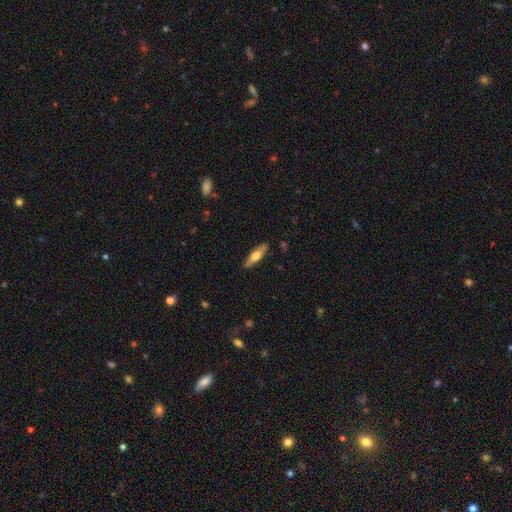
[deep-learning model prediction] A smooth galaxy with no disk features (53%) that is cigar-shaped (65%).

Vote fractions:
- Smooth or featured? smooth: 53% / featured or disk: 42% / star or artifact: 5%
- How rounded? cigar-shaped: 65% / in between: 33% / round: 2%
- Merging? none: 88% / minor disturbance: 9% / major disturbance: 2% / merger: 1%